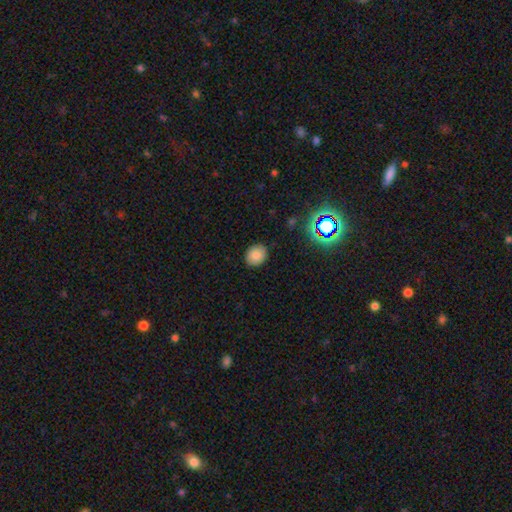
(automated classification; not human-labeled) This appears to be a smooth galaxy with no disk features (82%) that is round (69%). Merging: none (88%).